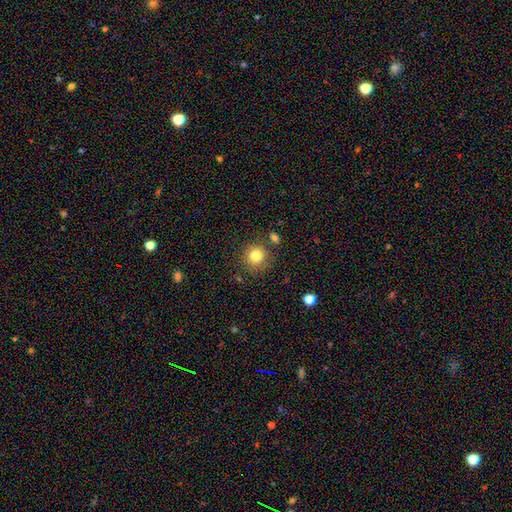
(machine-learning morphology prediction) This appears to be a smooth galaxy with no disk features (82%) that is round (92%). Merging: none (82%).